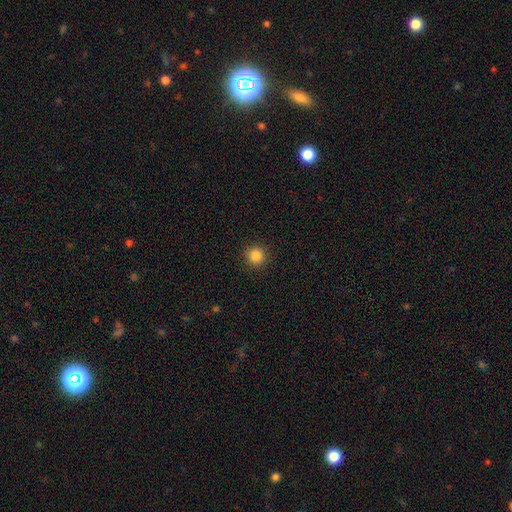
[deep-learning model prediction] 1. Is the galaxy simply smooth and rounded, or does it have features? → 85% smooth, 11% star or artifact, 4% featured or disk.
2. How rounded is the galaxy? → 94% round, 5% in between, 1% cigar-shaped.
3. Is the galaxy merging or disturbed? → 92% none, 5% minor disturbance, 2% major disturbance, 1% merger.